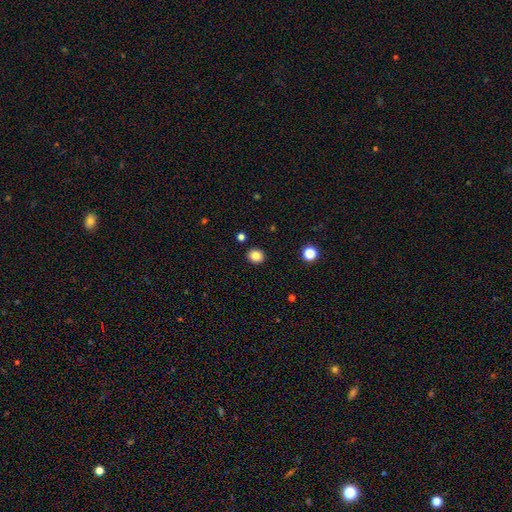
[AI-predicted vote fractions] smooth_or_featured: smooth (p=0.84) [alt: star or artifact p=0.11]
how_rounded: round (p=0.80) [alt: in between p=0.19]
merging: none (p=0.91) [alt: minor disturbance p=0.05]